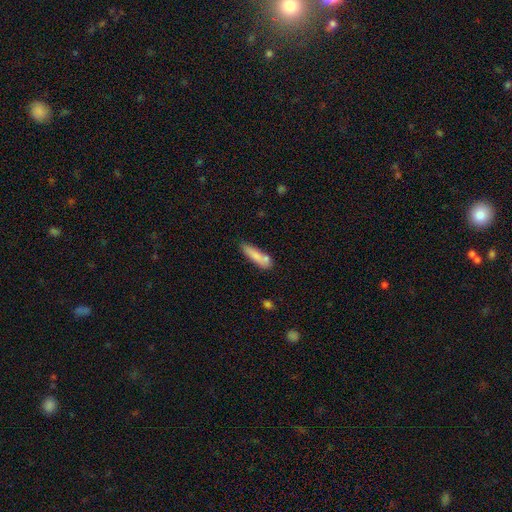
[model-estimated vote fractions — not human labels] Smooth or featured: smooth — 79% (featured or disk — 14%)
How rounded: cigar-shaped — 68% (in between — 30%)
Merging: none — 59% (minor disturbance — 20%)